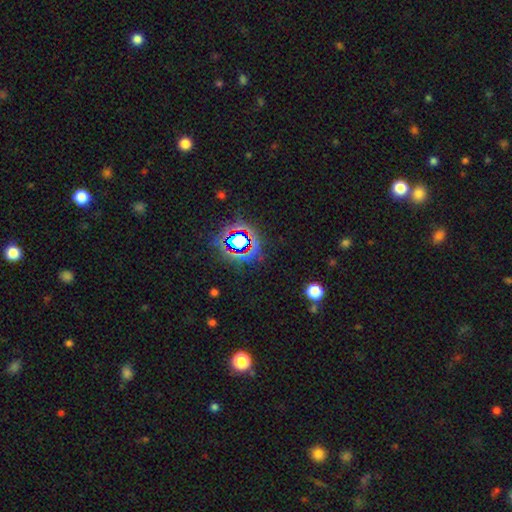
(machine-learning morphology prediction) A star or artifact, not a galaxy (64%).

Vote fractions:
- Smooth or featured? star or artifact: 64% / smooth: 25% / featured or disk: 11%